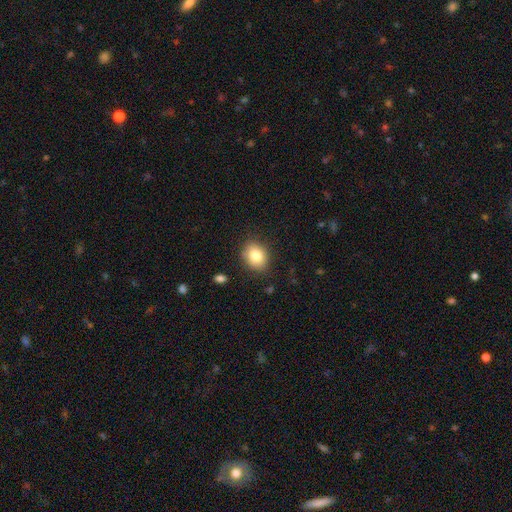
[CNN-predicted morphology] This is clearly a smooth galaxy (82%). How rounded: possibly in between (53%). Merging: clearly none (84%).